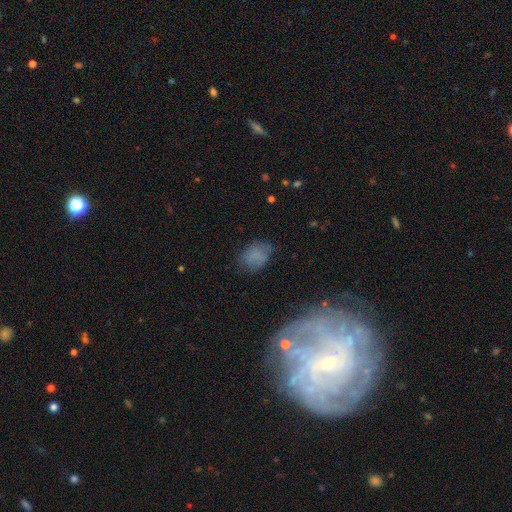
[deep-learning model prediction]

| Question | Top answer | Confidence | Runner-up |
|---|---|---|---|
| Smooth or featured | smooth | 74% | featured or disk (14%) |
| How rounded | in between | 72% | round (26%) |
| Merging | none | 66% | minor disturbance (22%) |